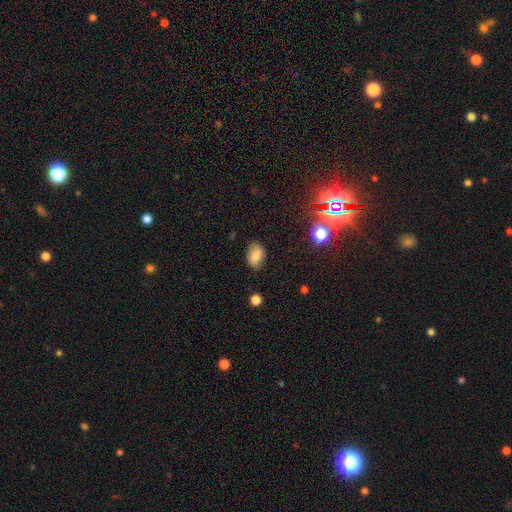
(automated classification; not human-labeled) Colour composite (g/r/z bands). It shows a smooth galaxy with no disk features (75%) that is in between round and cigar-shaped (85%). Merging: none (80%).